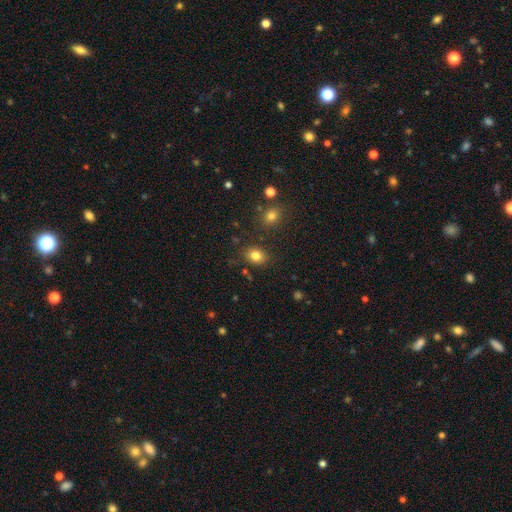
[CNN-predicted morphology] Smooth or featured? smooth (82%)
How rounded? in between (51%)
Merging? none (82%)